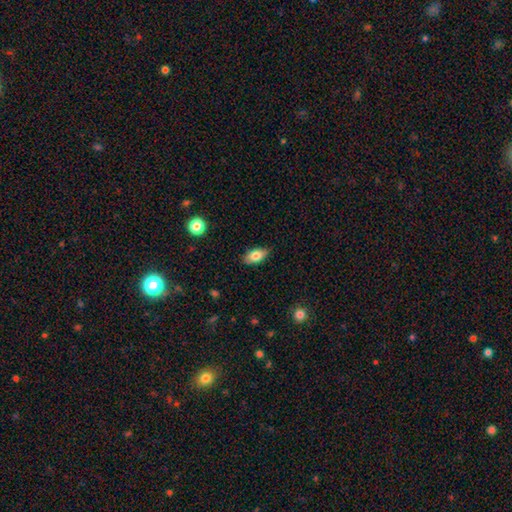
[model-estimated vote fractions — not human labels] A smooth galaxy with no disk features (79%) that is in between round and cigar-shaped (89%). Merging: none (83%).